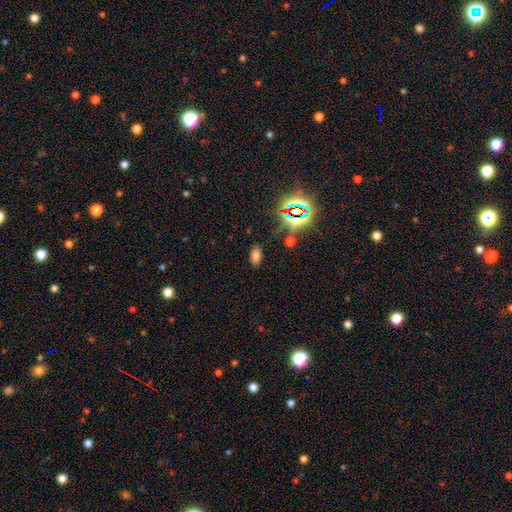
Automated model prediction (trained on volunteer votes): Smooth or featured: smooth — 67% (star or artifact — 25%)
How rounded: in between — 91% (round — 5%)
Merging: none — 84% (minor disturbance — 10%)